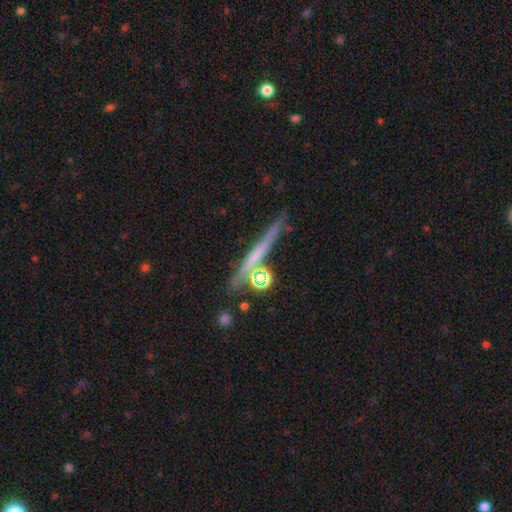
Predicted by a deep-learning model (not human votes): This appears to be a featured or disk galaxy (49%). Merging: none (75%).